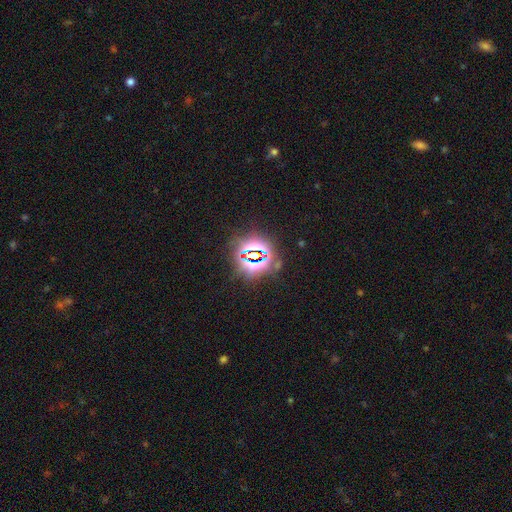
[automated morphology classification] Smooth or featured? Predicted: star or artifact (p=0.78).